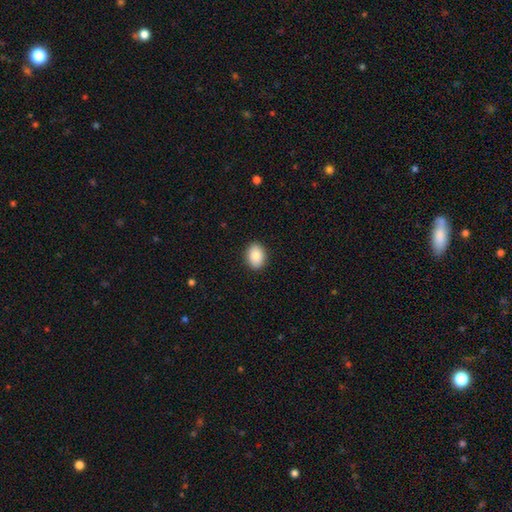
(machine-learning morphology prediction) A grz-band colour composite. It shows a smooth galaxy with no disk features (88%) that is in between round and cigar-shaped (74%). Merging: none (90%).